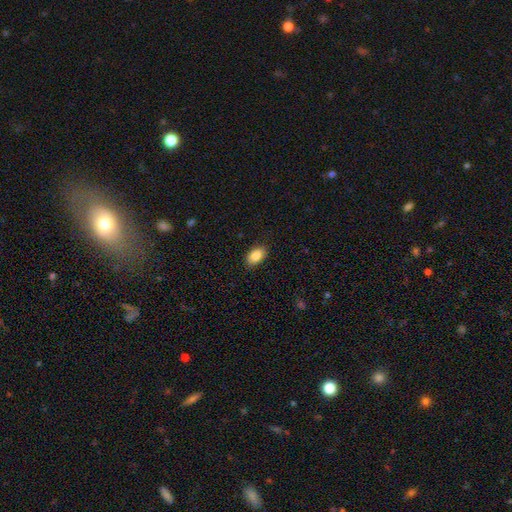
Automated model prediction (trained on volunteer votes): Smooth or featured? smooth (86%)
How rounded? in between (90%)
Merging? none (87%)